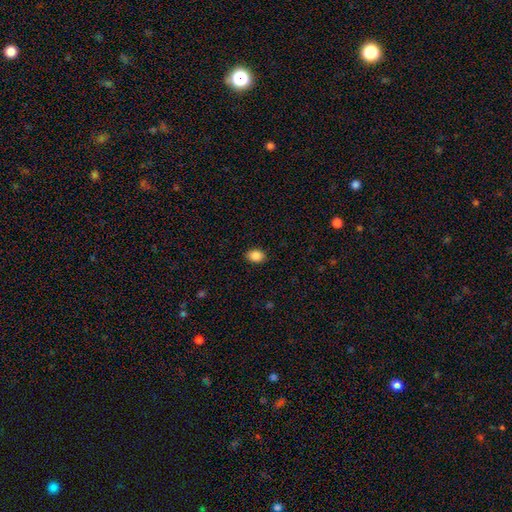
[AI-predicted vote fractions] Smooth or featured? smooth (88%)
How rounded? in between (75%)
Merging? none (89%)